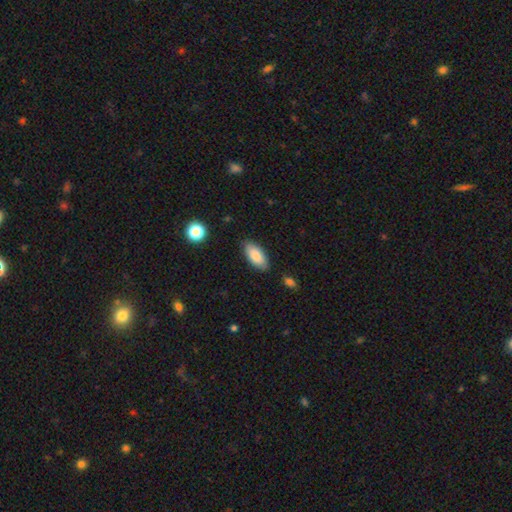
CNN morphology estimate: smooth 85%, featured or disk 9%, star or artifact 6%. Down the decision tree: how rounded — in between (89%); merging — none (84%).